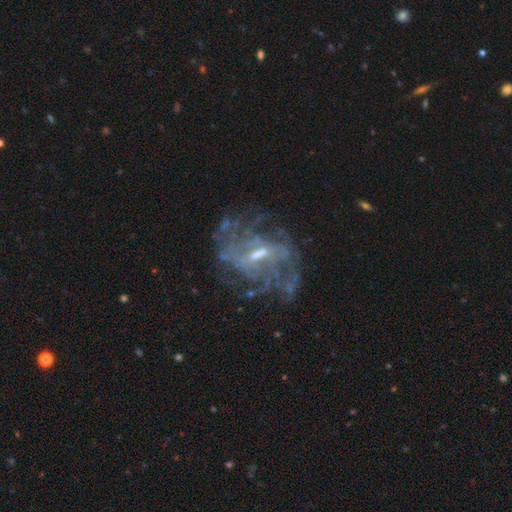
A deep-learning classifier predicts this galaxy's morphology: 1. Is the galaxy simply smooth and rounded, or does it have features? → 80% featured or disk, 12% star or artifact, 8% smooth.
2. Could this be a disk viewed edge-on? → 96% no, 4% yes.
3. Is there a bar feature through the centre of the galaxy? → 54% weak, 24% strong, 23% no.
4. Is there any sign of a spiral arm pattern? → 76% yes, 24% no.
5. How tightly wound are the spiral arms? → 40% medium, 31% loose, 29% tight.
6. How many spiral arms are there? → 48% can't tell, 22% 2, 10% 3, 9% 4, 5% more than 4, 5% 1.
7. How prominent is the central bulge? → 54% small, 36% moderate, 7% none, 2% large, 1% dominant.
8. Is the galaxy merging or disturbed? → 61% none, 19% major disturbance, 17% minor disturbance, 3% merger.